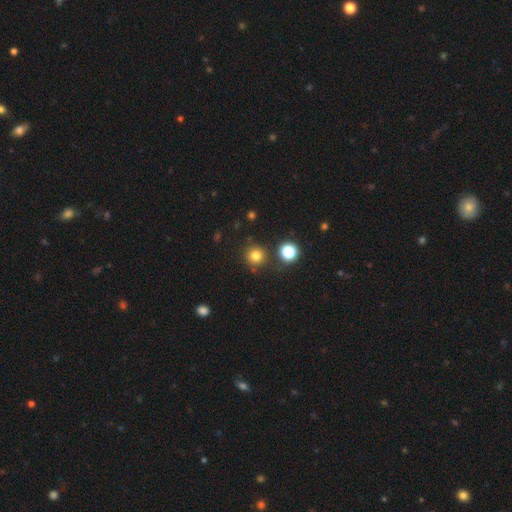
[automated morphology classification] type=smooth (78%); roundness=round (94%); merging=none (84%).